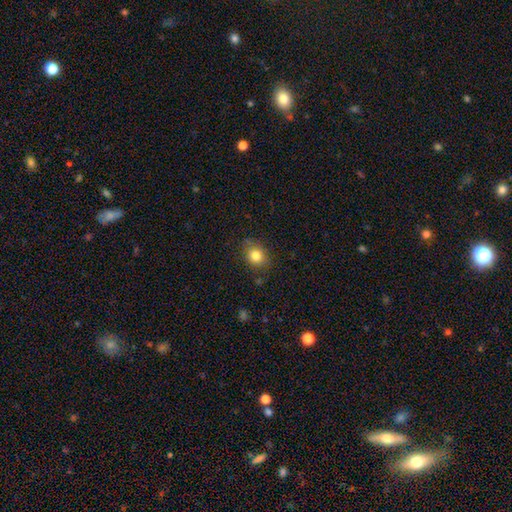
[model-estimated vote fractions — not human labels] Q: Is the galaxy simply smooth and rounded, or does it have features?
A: smooth — 82%.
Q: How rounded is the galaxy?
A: round — 67%.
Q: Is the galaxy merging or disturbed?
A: none — 80%.